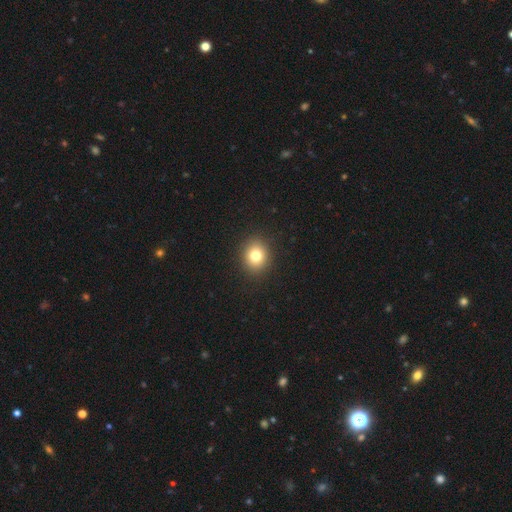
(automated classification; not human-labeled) Overall: smooth (79%). How rounded: round (74%). Merging: none (91%).